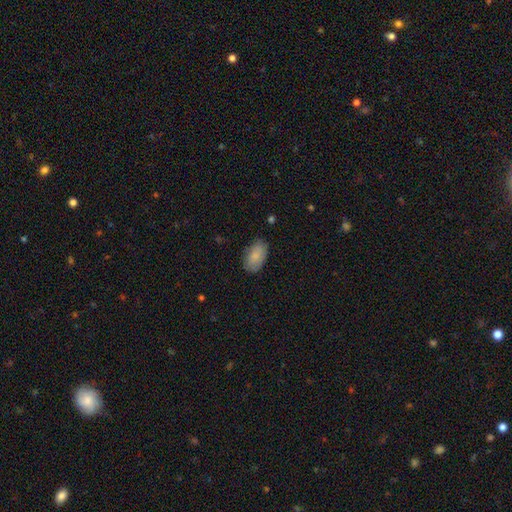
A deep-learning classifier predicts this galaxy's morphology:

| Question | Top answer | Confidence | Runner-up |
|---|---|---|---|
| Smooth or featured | smooth | 79% | featured or disk (15%) |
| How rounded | in between | 93% | round (5%) |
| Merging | none | 79% | minor disturbance (17%) |